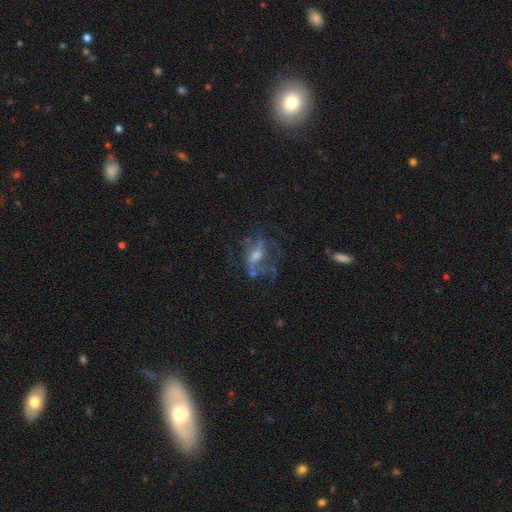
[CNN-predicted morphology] Overall: featured or disk (65%). Edge-on disk: no (91%). Bar: no (54%; weak 33%). Spiral arms: no (51%; yes 49%). Bulge size: moderate (47%; small 32%). Merging: none (47%; major disturbance 31%).